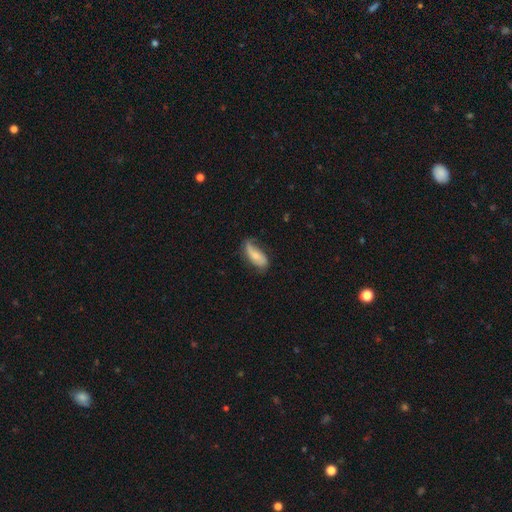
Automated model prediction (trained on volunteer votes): smooth 49%, featured or disk 44%, star or artifact 7%. Down the decision tree: merging — none (46%).